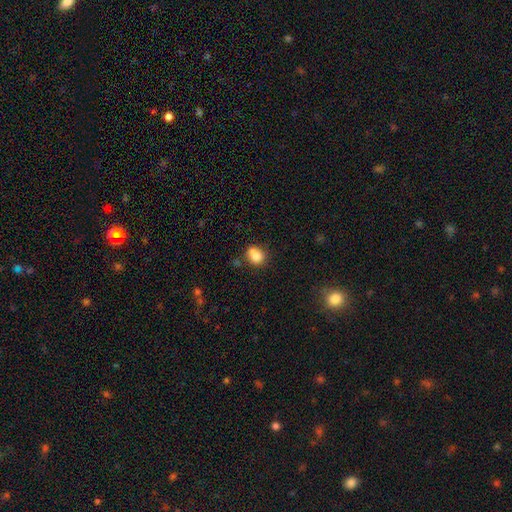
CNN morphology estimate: smooth 79%, featured or disk 11%, star or artifact 10%. Down the decision tree: how rounded — round (60%); merging — none (49%).